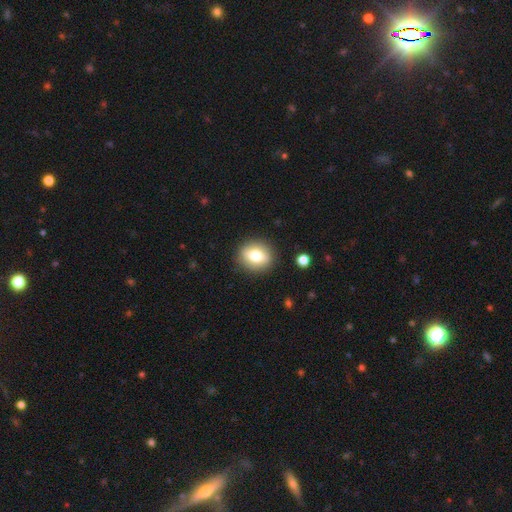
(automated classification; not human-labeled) This is likely a smooth galaxy (74%). How rounded: likely round (63%). Merging: clearly none (89%).